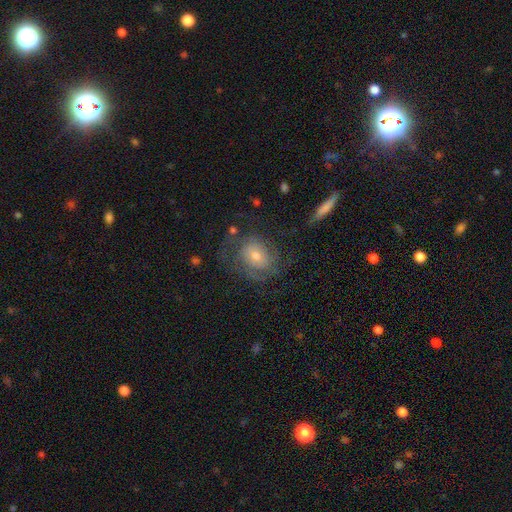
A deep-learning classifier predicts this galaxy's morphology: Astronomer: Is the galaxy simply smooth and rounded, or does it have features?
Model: featured or disk — 62%.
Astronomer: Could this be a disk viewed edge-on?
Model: no — 96%.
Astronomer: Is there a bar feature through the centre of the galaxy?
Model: no — 71%.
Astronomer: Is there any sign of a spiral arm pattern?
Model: yes — 80%.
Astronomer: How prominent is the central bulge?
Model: moderate — 49% (runner-up: small, 43%).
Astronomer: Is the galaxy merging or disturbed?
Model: none — 61%.